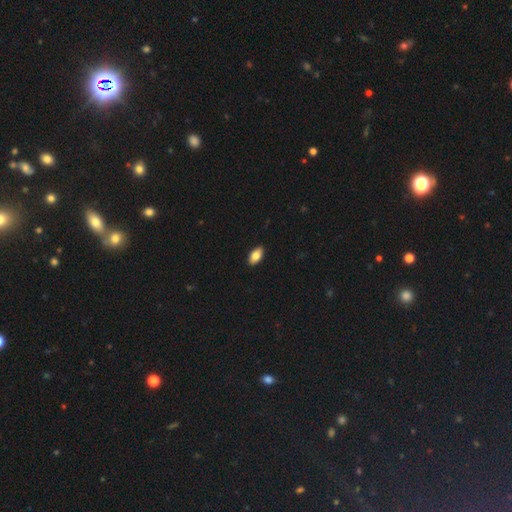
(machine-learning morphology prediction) This appears to be a smooth galaxy with no disk features (82%) that is in between round and cigar-shaped (92%). Merging: none (90%).